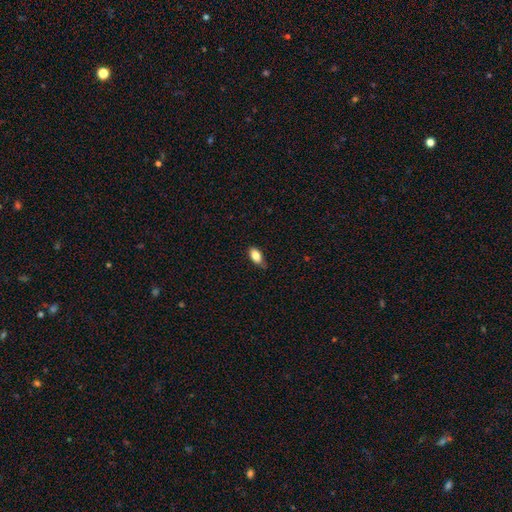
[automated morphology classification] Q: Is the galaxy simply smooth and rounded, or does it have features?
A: smooth — 83%.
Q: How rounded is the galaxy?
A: in between — 90%.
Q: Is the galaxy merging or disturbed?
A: none — 68%.